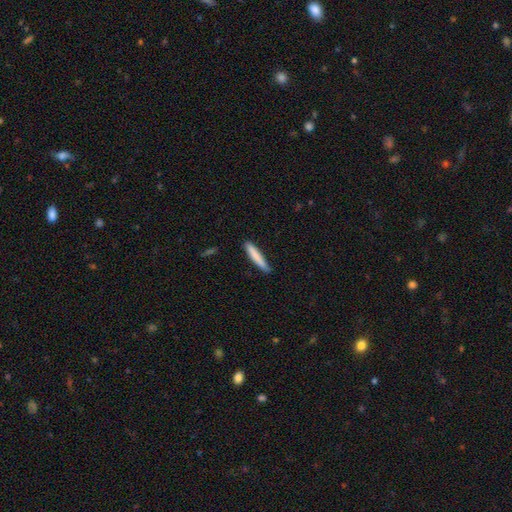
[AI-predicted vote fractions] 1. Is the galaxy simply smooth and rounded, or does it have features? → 82% smooth, 13% featured or disk, 6% star or artifact.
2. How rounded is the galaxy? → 92% cigar-shaped, 7% in between, 1% round.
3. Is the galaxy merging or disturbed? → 82% none, 14% minor disturbance, 2% major disturbance, 1% merger.